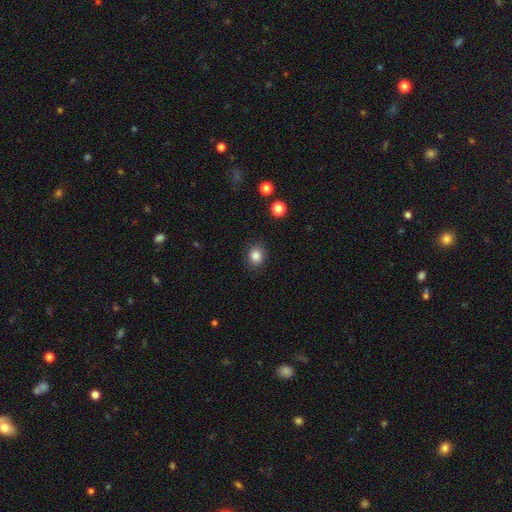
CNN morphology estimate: This is clearly a smooth galaxy (85%). How rounded: likely round (75%). Merging: clearly none (87%).